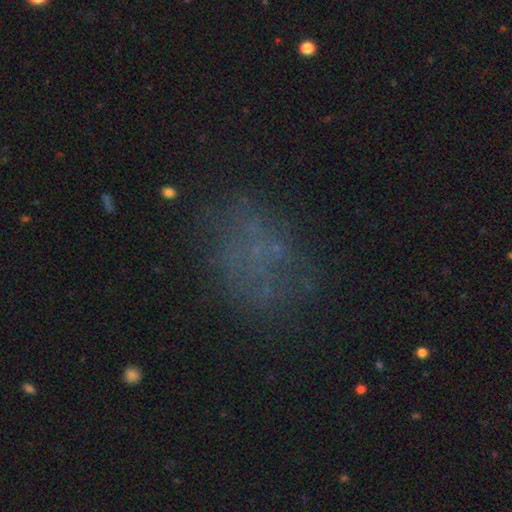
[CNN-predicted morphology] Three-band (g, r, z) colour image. It shows a smooth galaxy with no disk features (41%). Merging: none (66%).